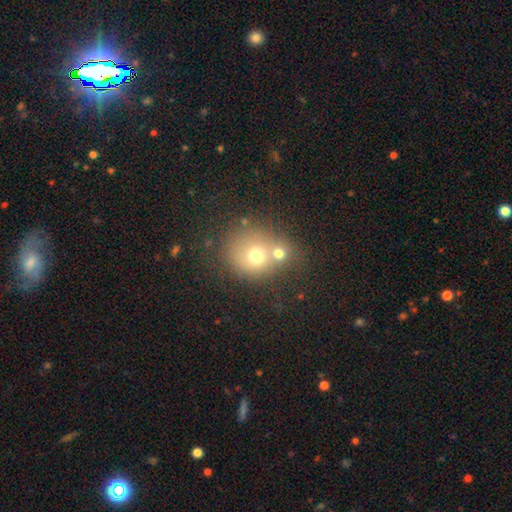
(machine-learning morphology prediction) Smooth or featured?
  - smooth: 67% *
  - featured or disk: 18%
  - star or artifact: 15%
How rounded?
  - round: 83% *
  - in between: 16%
  - cigar-shaped: 1%
Merging?
  - merger: 46% *
  - none: 41%
  - minor disturbance: 9%
  - major disturbance: 5%